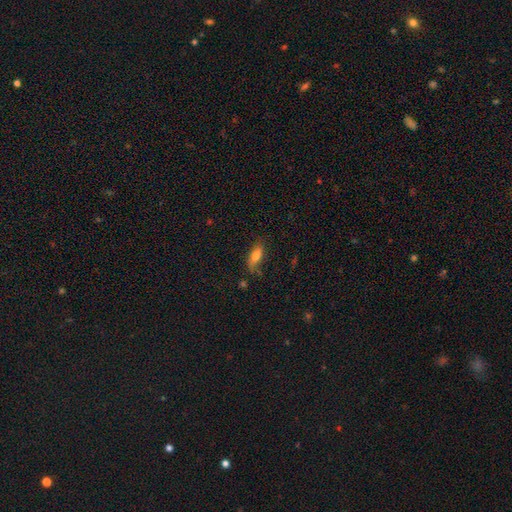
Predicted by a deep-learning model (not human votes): A smooth galaxy with no disk features (74%) that is in between round and cigar-shaped (72%). Merging: none (64%).